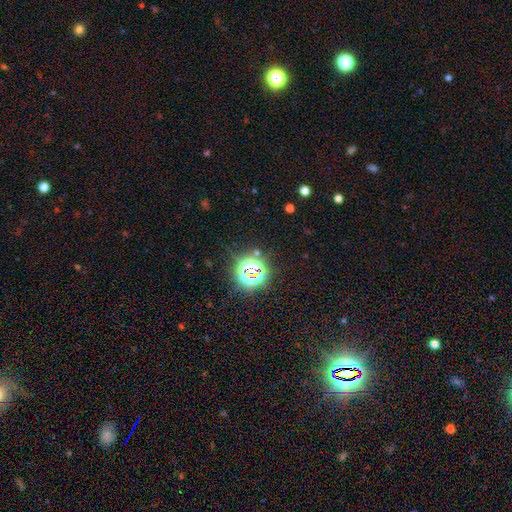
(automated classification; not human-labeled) star or artifact 73%, smooth 19%, featured or disk 8%.